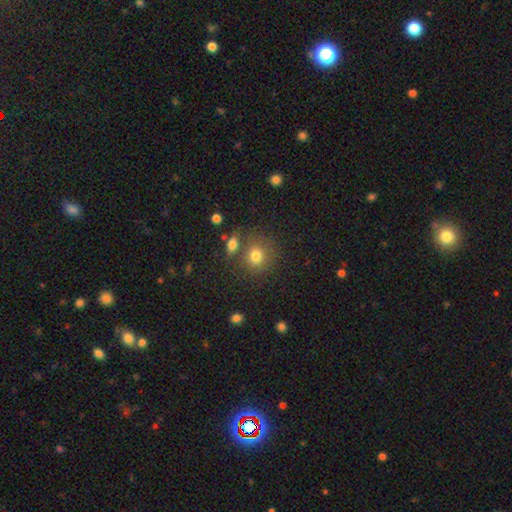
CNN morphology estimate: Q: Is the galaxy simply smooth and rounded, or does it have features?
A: smooth — 78%.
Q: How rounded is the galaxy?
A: round — 82%.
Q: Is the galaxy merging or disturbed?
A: none — 70%.